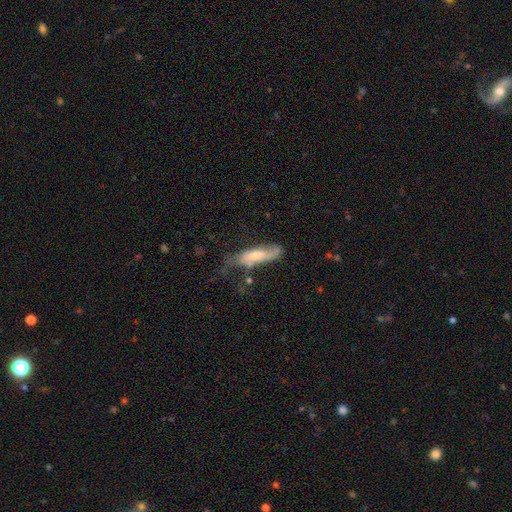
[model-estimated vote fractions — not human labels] Smooth or featured: smooth — 56% (featured or disk — 38%)
How rounded: cigar-shaped — 52% (in between — 46%)
Merging: none — 40% (minor disturbance — 31%)